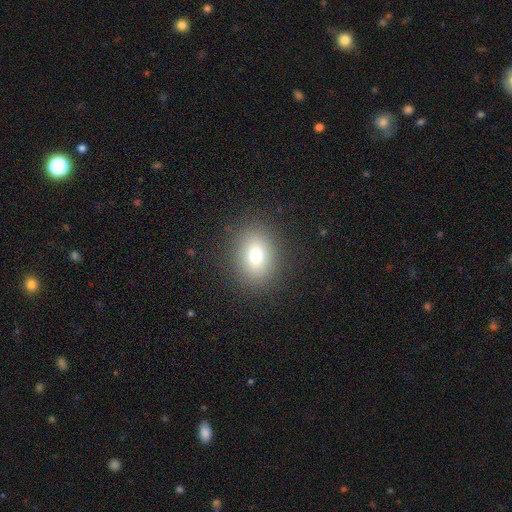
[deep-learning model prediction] The model was most divided on "how rounded": in between: 54%, round: 45%, cigar-shaped: 1%. More confident: merging — none (88%); smooth or featured — smooth (76%).